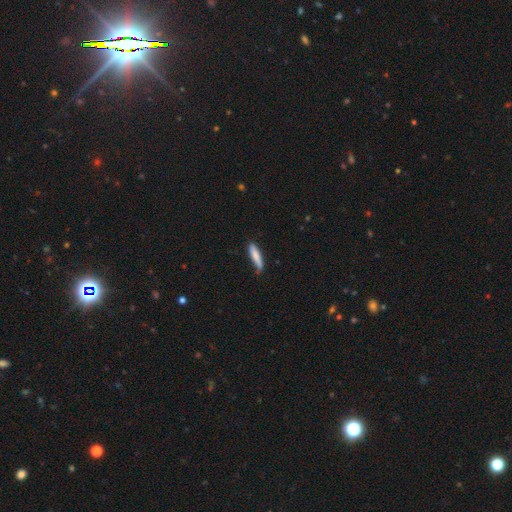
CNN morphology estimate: smooth-or-featured: smooth: 79% | featured or disk: 15% | star or artifact: 6%
  how-rounded: cigar-shaped: 86% | in between: 13% | round: 1%
  merging: none: 64% | minor disturbance: 29% | major disturbance: 5% | merger: 2%